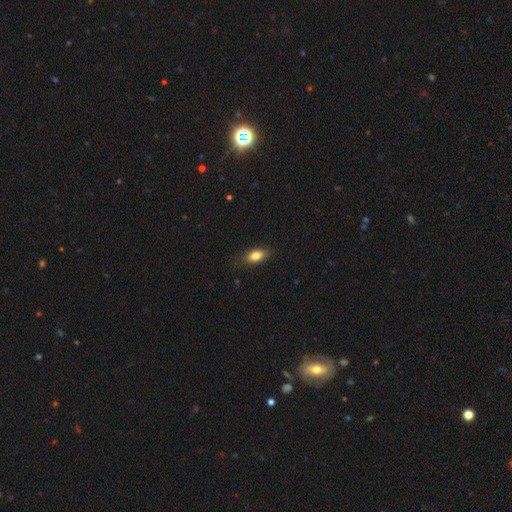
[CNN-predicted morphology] smooth_or_featured: smooth (p=0.82) [alt: featured or disk p=0.10]
how_rounded: in between (p=0.85) [alt: cigar-shaped p=0.08]
merging: none (p=0.80) [alt: minor disturbance p=0.16]